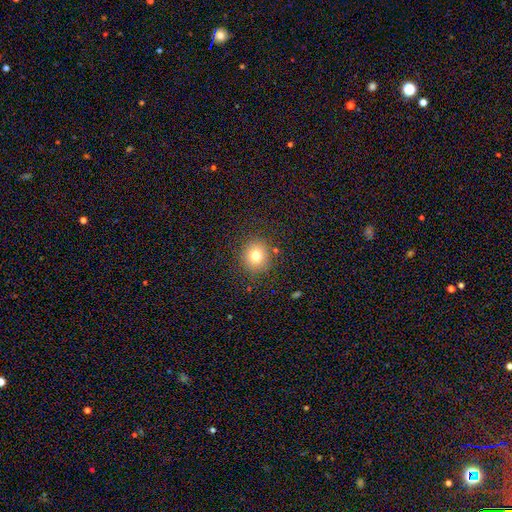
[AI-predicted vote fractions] A smooth galaxy with no disk features (76%) that is round (87%). Merging: none (87%).